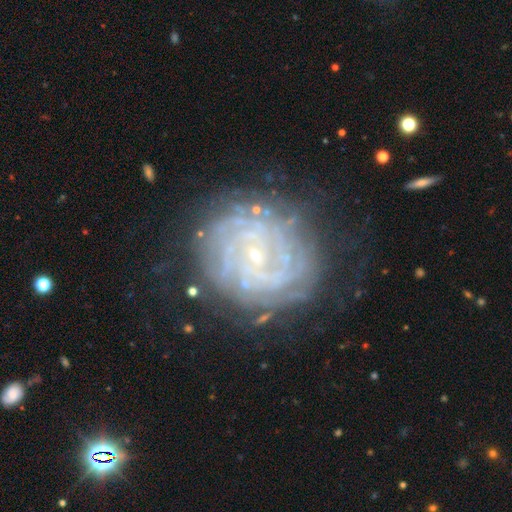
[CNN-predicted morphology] This is clearly a featured or disk galaxy (83%). It is clearly not viewed edge-on (97%). Bar: likely no (64%). Spiral arm pattern: clearly yes (93%). Spiral arm count: marginally can't tell (38%). Spiral winding: likely tight (78%). Central bulge: clearly small (87%). Merging: likely none (75%).